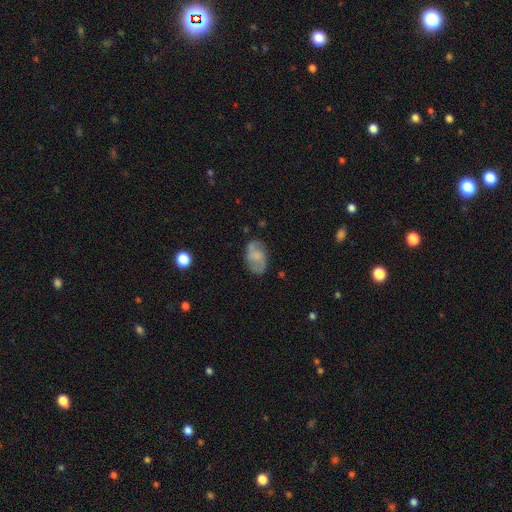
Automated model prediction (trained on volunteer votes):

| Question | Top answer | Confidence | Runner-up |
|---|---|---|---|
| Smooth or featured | featured or disk | 52% | smooth (40%) |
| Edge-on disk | no | 96% | yes (4%) |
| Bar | no | 58% | weak (35%) |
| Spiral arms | yes | 79% | no (21%) |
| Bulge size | small | 38% | moderate (28%) |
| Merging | none | 71% | minor disturbance (19%) |